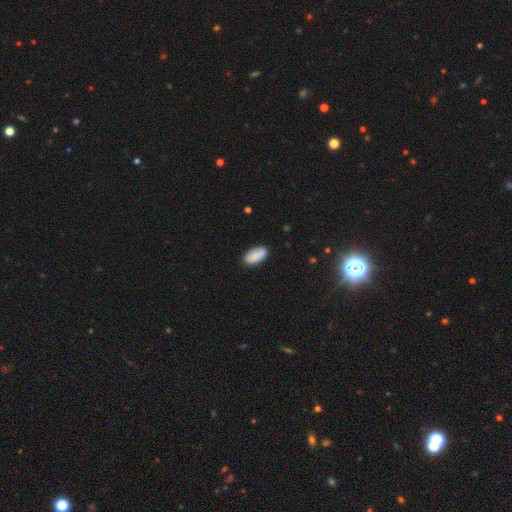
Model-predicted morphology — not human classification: The model was most divided on "merging": none: 85%, minor disturbance: 11%, major disturbance: 2%, merger: 1%. More confident: how rounded — in between (94%); smooth or featured — smooth (88%).